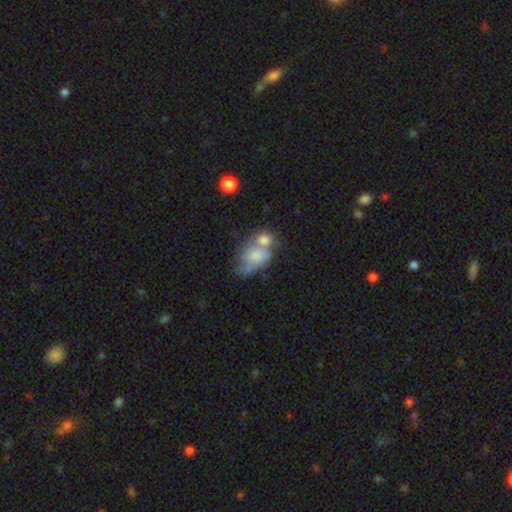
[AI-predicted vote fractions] Morphology: type=smooth (58%); roundness=in between (76%); merging=merger (53%).